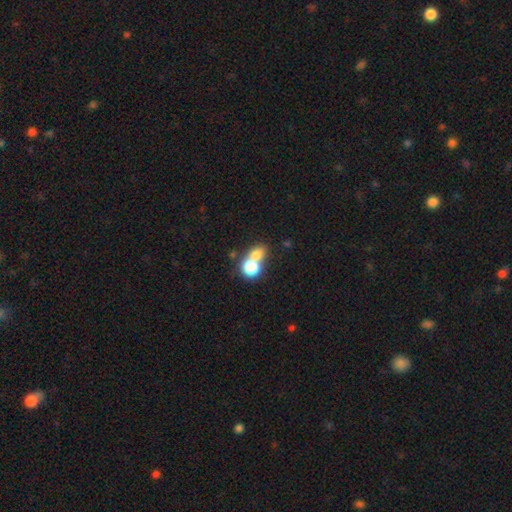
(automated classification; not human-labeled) smooth 74%, featured or disk 15%, star or artifact 11%. Down the decision tree: how rounded — round (63%); merging — merger (63%).